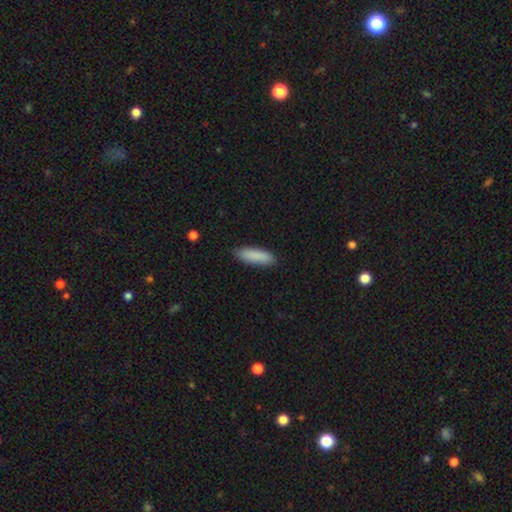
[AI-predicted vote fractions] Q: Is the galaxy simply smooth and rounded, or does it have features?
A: smooth — 89%.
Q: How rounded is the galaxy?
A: cigar-shaped — 57%.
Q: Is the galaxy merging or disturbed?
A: none — 87%.